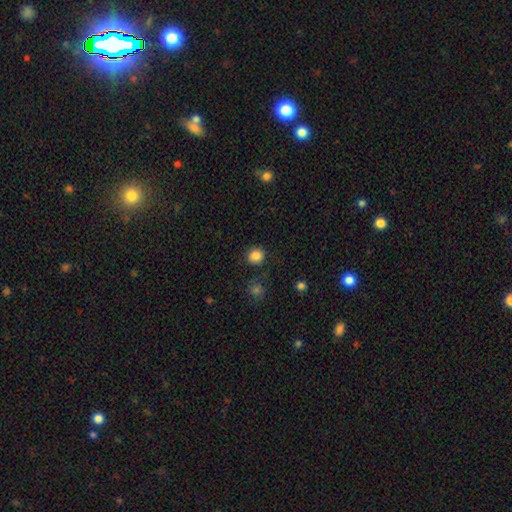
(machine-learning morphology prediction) smooth-or-featured: smooth: 85% | star or artifact: 12% | featured or disk: 3%
  how-rounded: round: 90% | in between: 9% | cigar-shaped: 1%
  merging: none: 88% | minor disturbance: 7% | major disturbance: 3% | merger: 2%